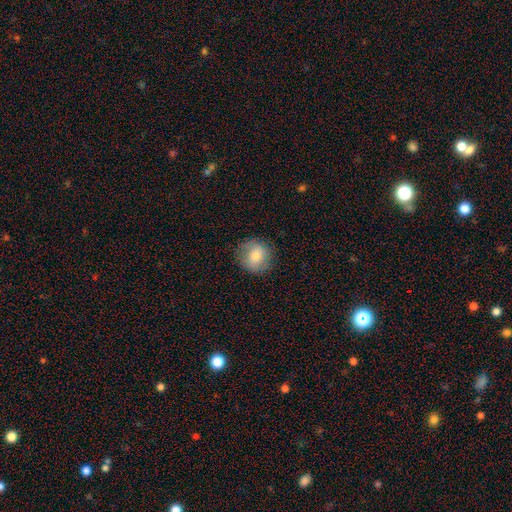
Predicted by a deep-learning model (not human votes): This is likely a smooth galaxy (70%). How rounded: clearly round (88%). Merging: clearly none (84%).